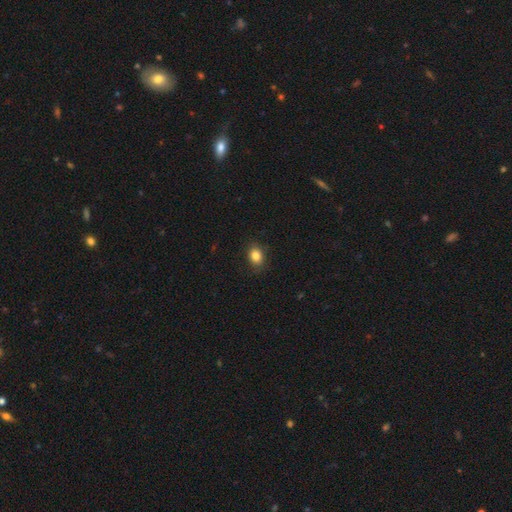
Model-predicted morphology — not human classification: smooth_or_featured: smooth (p=0.85) [alt: star or artifact p=0.10]
how_rounded: in between (p=0.63) [alt: round p=0.35]
merging: none (p=0.85) [alt: minor disturbance p=0.11]